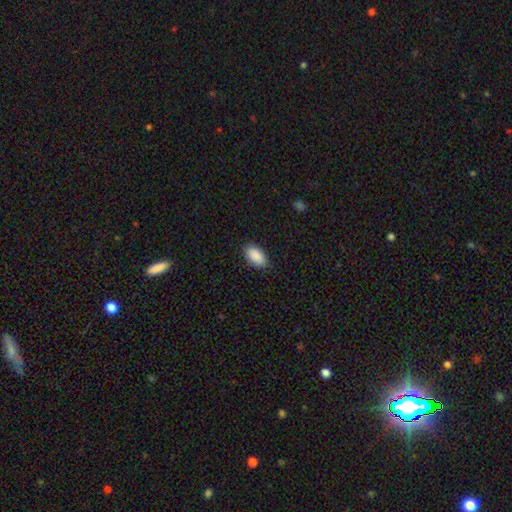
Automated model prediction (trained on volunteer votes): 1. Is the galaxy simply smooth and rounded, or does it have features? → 90% smooth, 6% star or artifact, 3% featured or disk.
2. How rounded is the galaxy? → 94% in between, 4% round, 2% cigar-shaped.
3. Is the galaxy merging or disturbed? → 83% none, 14% minor disturbance, 2% major disturbance, 1% merger.